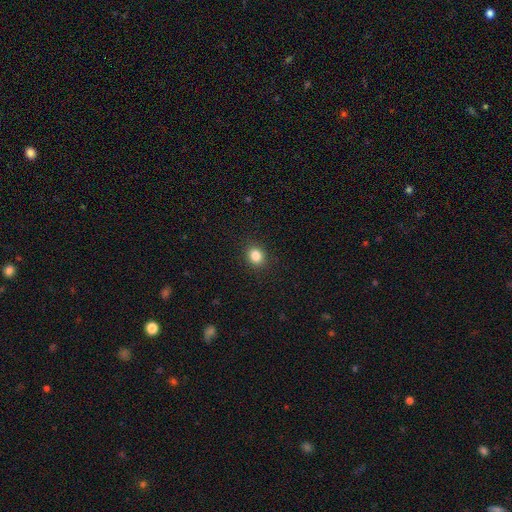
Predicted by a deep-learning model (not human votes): Morphology: type=smooth (84%); roundness=round (61%); merging=none (90%).